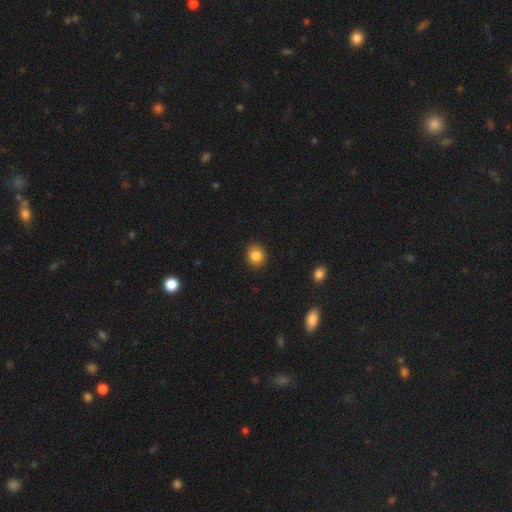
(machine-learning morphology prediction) Smooth or featured?
  - smooth: 85% *
  - star or artifact: 10%
  - featured or disk: 5%
How rounded?
  - round: 72% *
  - in between: 27%
  - cigar-shaped: 1%
Merging?
  - none: 90% *
  - minor disturbance: 7%
  - major disturbance: 2%
  - merger: 1%